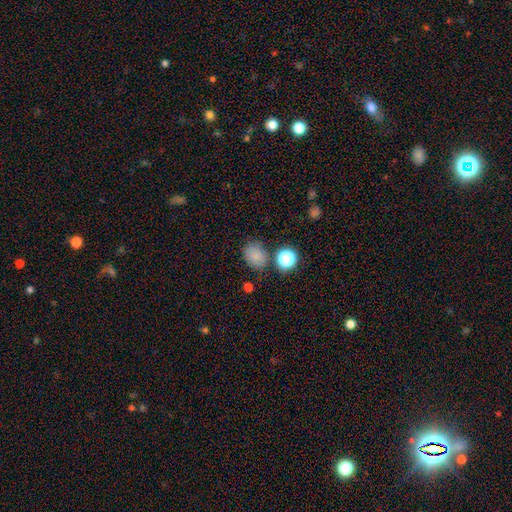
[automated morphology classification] A smooth galaxy with no disk features (78%) that is round (50%).

Vote fractions:
- Smooth or featured? smooth: 78% / star or artifact: 15% / featured or disk: 7%
- How rounded? round: 50% / in between: 49% / cigar-shaped: 1%
- Merging? none: 73% / minor disturbance: 15% / merger: 7% / major disturbance: 5%